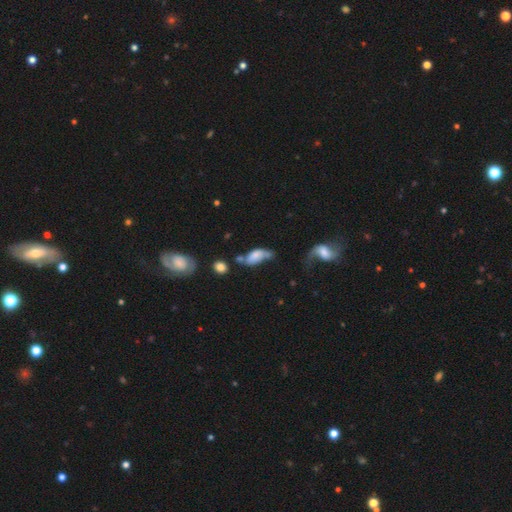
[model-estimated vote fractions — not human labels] A smooth galaxy with no disk features (62%) that is in between round and cigar-shaped (88%).

Vote fractions:
- Smooth or featured? smooth: 62% / featured or disk: 29% / star or artifact: 9%
- How rounded? in between: 88% / cigar-shaped: 8% / round: 5%
- Merging? minor disturbance: 29% / major disturbance: 26% / none: 25% / merger: 20%